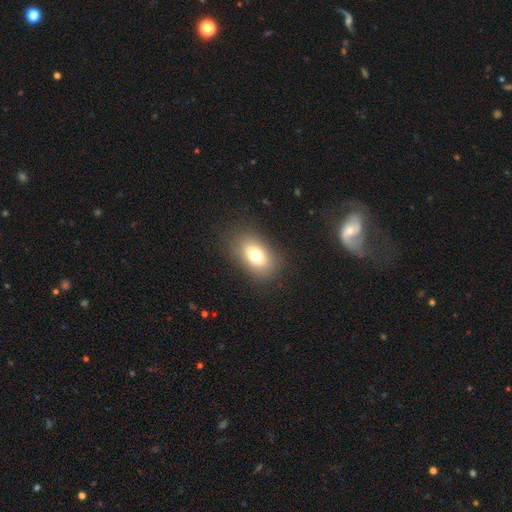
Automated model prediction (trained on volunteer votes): smooth 75%, featured or disk 14%, star or artifact 10%. Down the decision tree: how rounded — in between (86%); merging — none (83%).